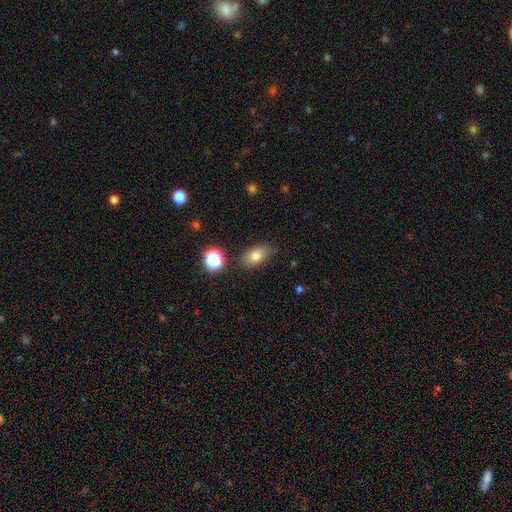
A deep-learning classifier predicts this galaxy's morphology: smooth-or-featured: smooth: 74% | featured or disk: 14% | star or artifact: 12%
  how-rounded: in between: 83% | round: 14% | cigar-shaped: 2%
  merging: none: 73% | minor disturbance: 20% | major disturbance: 4% | merger: 3%